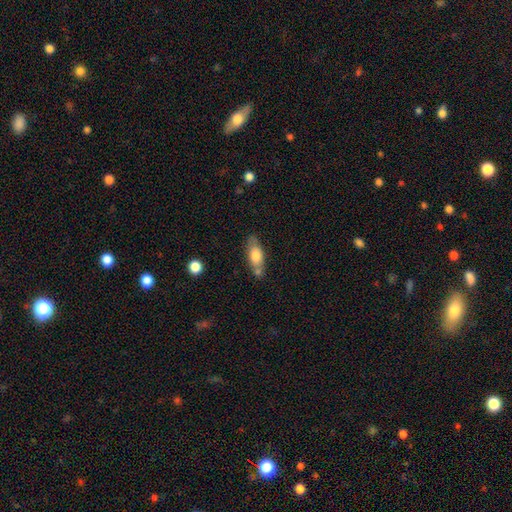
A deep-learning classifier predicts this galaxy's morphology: type=smooth (70%); roundness=in between (70%); merging=none (59%).